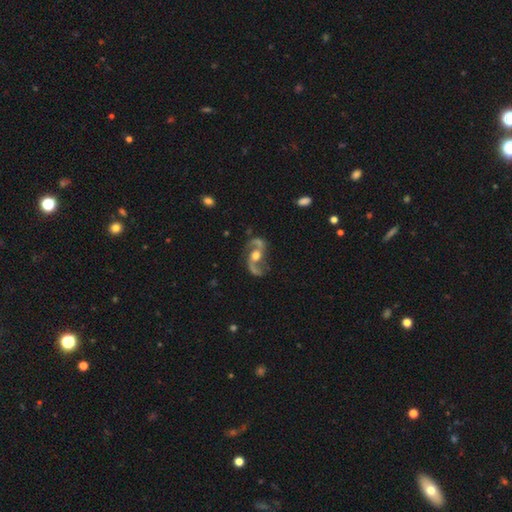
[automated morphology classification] Smooth or featured? Predicted: featured or disk (p=0.87). Edge-on disk? Predicted: no (p=0.97). Bar? Predicted: no (p=0.56). Spiral arms? Predicted: yes (p=0.95). Spiral winding? Predicted: loose (p=0.65). Spiral arm count? Predicted: 2 (p=0.93). Bulge size? Predicted: moderate (p=0.58). Merging? Predicted: none (p=0.67).